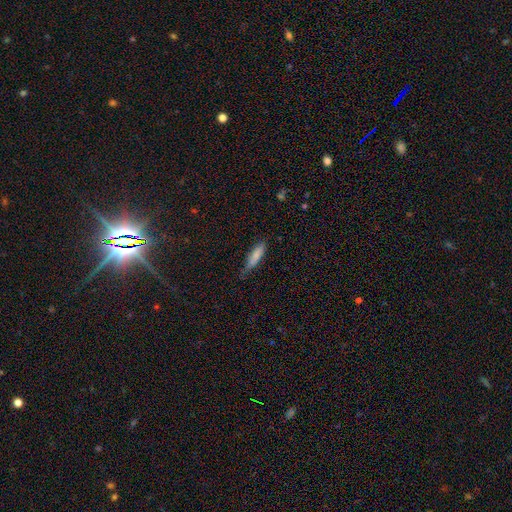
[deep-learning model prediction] Q: Smooth or featured?
A: smooth (79%); runner-up: featured or disk (15%)
Q: How rounded?
A: cigar-shaped (69%); runner-up: in between (29%)
Q: Merging?
A: none (60%); runner-up: minor disturbance (32%)